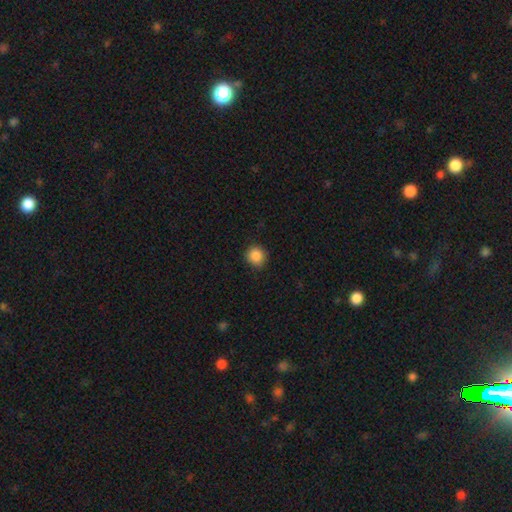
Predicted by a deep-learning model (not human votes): Smooth or featured: smooth — 87% (star or artifact — 9%)
How rounded: round — 92% (in between — 8%)
Merging: none — 90% (minor disturbance — 7%)